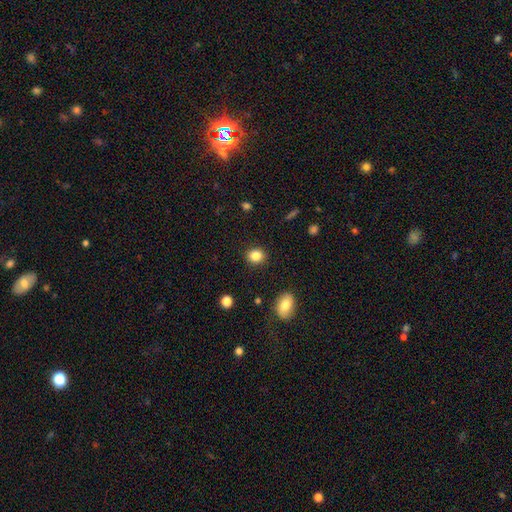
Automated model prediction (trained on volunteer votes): smooth 85%, star or artifact 10%, featured or disk 5%. Down the decision tree: how rounded — round (70%); merging — none (90%).